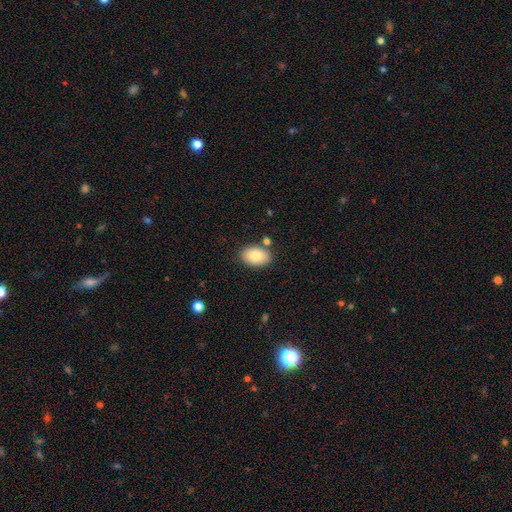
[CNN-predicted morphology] Smooth or featured?
  - smooth: 82% *
  - featured or disk: 10%
  - star or artifact: 7%
How rounded?
  - in between: 89% *
  - round: 10%
  - cigar-shaped: 1%
Merging?
  - none: 82% *
  - minor disturbance: 11%
  - merger: 4%
  - major disturbance: 2%